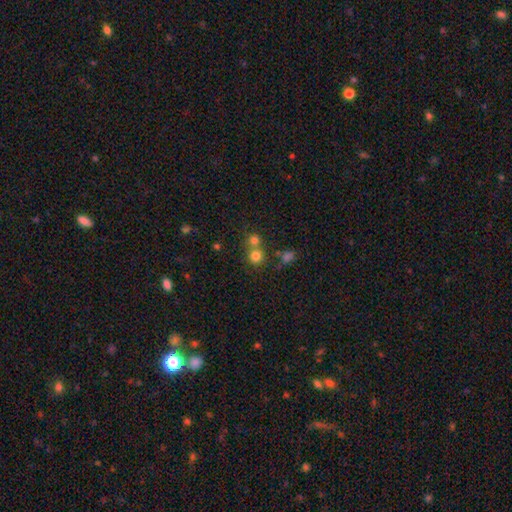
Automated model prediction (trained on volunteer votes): smooth_or_featured: smooth (p=0.77) [alt: star or artifact p=0.15]
how_rounded: round (p=0.89) [alt: in between p=0.10]
merging: none (p=0.55) [alt: merger p=0.36]